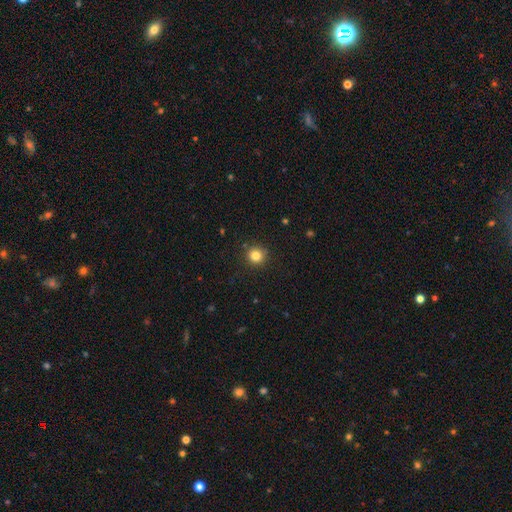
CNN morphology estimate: A smooth galaxy with no disk features (82%) that is round (92%).

Vote fractions:
- Smooth or featured? smooth: 82% / star or artifact: 12% / featured or disk: 5%
- How rounded? round: 92% / in between: 7% / cigar-shaped: 1%
- Merging? none: 89% / minor disturbance: 7% / major disturbance: 2% / merger: 1%